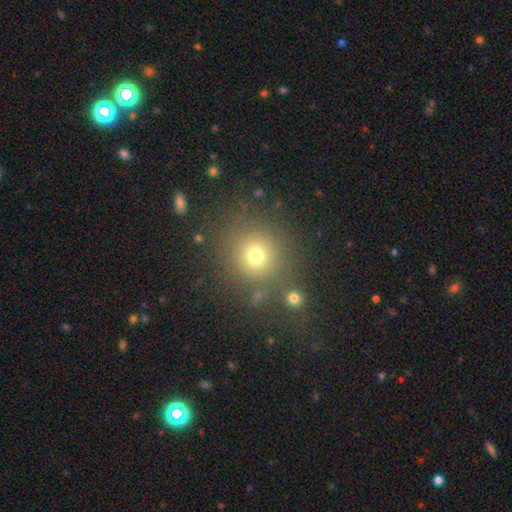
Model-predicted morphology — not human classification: smooth 71%, star or artifact 19%, featured or disk 10%. Down the decision tree: how rounded — round (90%); merging — none (78%).